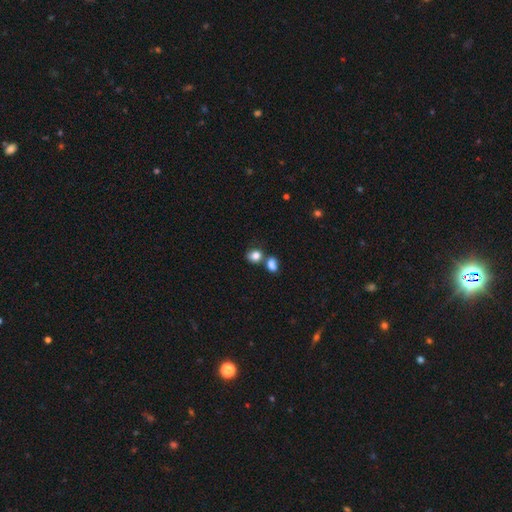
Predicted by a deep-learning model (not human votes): This appears to be a smooth galaxy with no disk features (83%) that is round (52%). Merging: none (50%).